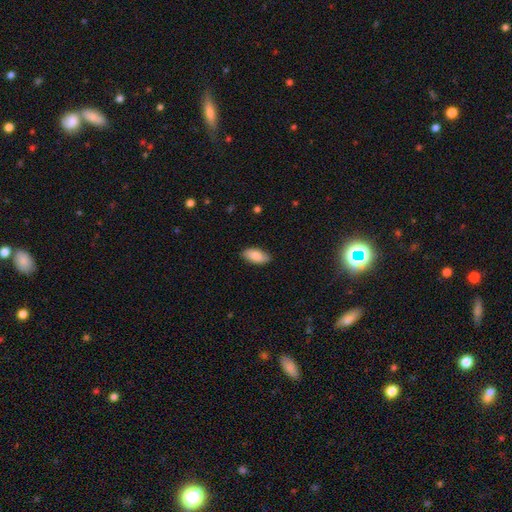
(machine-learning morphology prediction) smooth_or_featured: smooth (p=0.85) [alt: featured or disk p=0.09]
how_rounded: in between (p=0.92) [alt: cigar-shaped p=0.06]
merging: none (p=0.86) [alt: minor disturbance p=0.11]